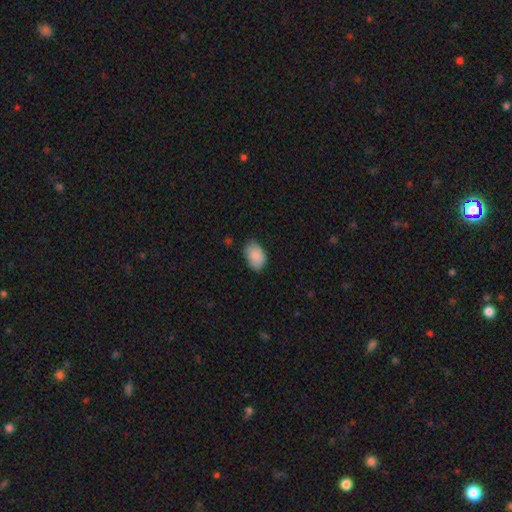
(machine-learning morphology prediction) Smooth or featured? Predicted: smooth (p=0.88). How rounded? Predicted: in between (p=0.89). Merging? Predicted: none (p=0.74).